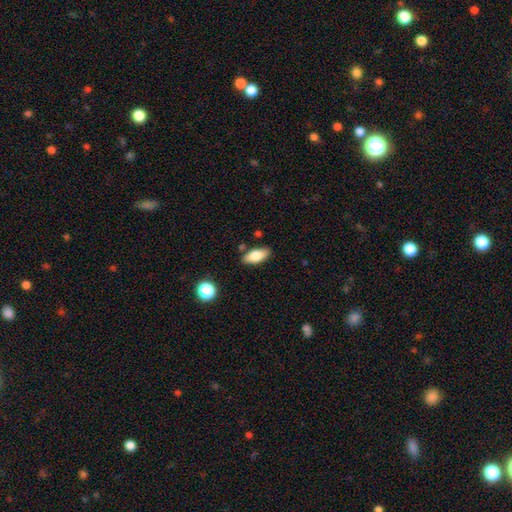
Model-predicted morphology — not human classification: This is likely a smooth galaxy (77%). How rounded: clearly in between (84%). Merging: clearly none (83%).